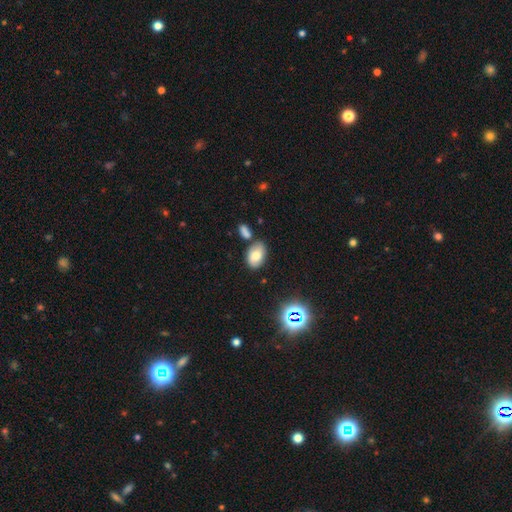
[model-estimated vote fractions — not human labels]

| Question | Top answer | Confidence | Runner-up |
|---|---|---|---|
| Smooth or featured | smooth | 70% | featured or disk (19%) |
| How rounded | in between | 89% | round (10%) |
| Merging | none | 67% | minor disturbance (16%) |